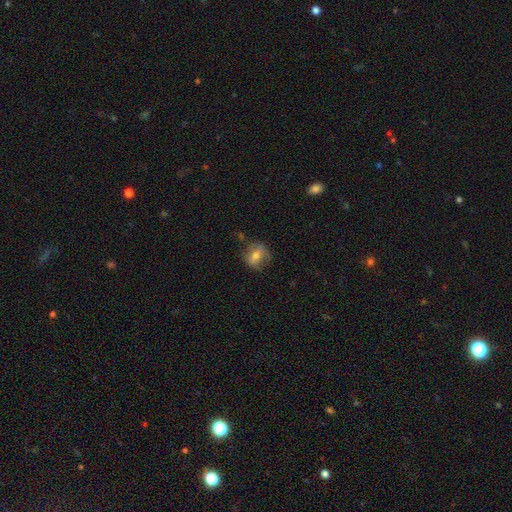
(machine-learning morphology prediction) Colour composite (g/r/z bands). It shows a smooth galaxy with no disk features (58%) that is round (66%). Merging: none (66%).